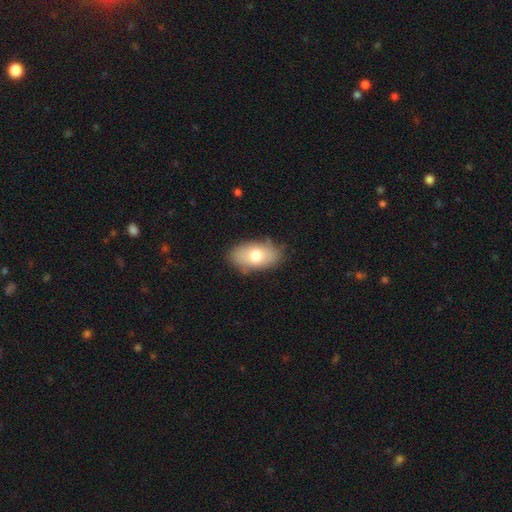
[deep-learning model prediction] Smooth or featured? smooth (72%)
How rounded? in between (92%)
Merging? none (77%)